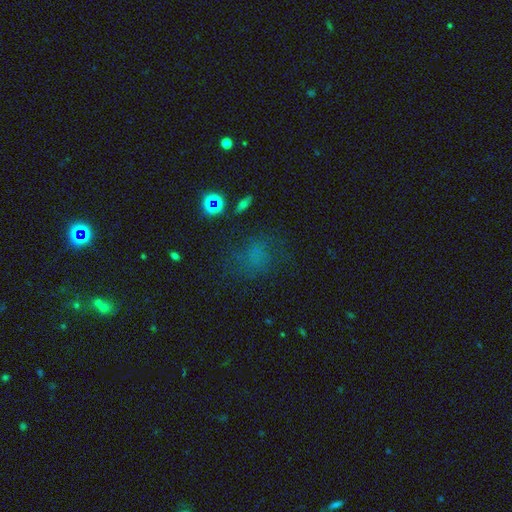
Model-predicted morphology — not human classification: Overall: smooth (52%; star or artifact 33%). How rounded: round (58%; in between 40%). Merging: none (60%).